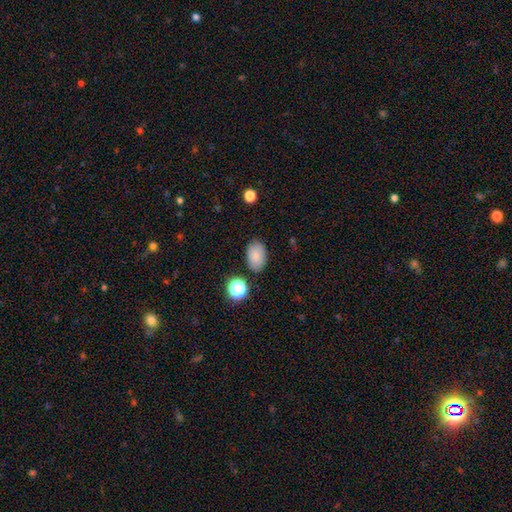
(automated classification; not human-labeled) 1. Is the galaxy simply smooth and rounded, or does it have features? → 84% smooth, 9% star or artifact, 6% featured or disk.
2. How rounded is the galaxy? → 87% in between, 12% round, 1% cigar-shaped.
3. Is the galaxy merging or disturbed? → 84% none, 11% minor disturbance, 3% major disturbance, 3% merger.